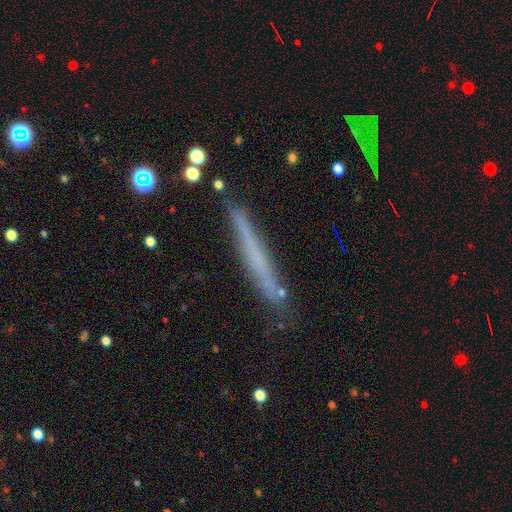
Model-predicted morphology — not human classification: Smooth or featured? Predicted: smooth (p=0.46). Merging? Predicted: none (p=0.79).